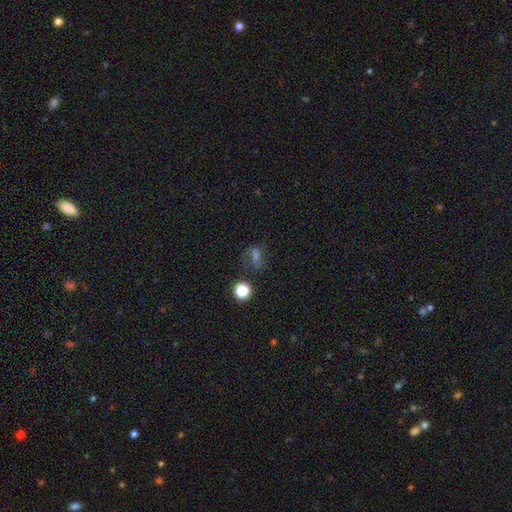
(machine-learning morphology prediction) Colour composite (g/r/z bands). It shows a smooth galaxy with no disk features (42%). Merging: none (66%).